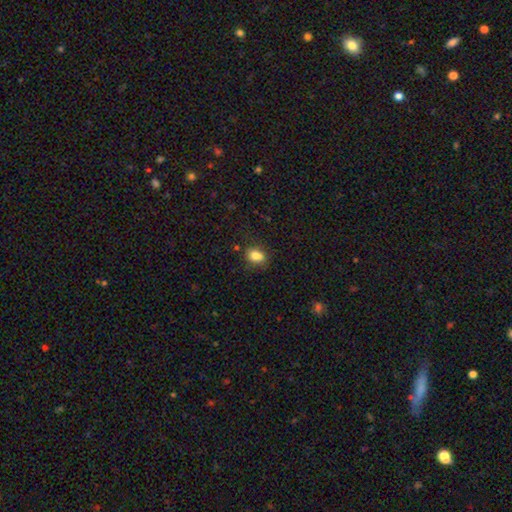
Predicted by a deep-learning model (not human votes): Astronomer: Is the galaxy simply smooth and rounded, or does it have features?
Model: smooth — 83%.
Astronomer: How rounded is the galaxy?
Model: in between — 72%.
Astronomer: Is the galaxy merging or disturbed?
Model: none — 68%.